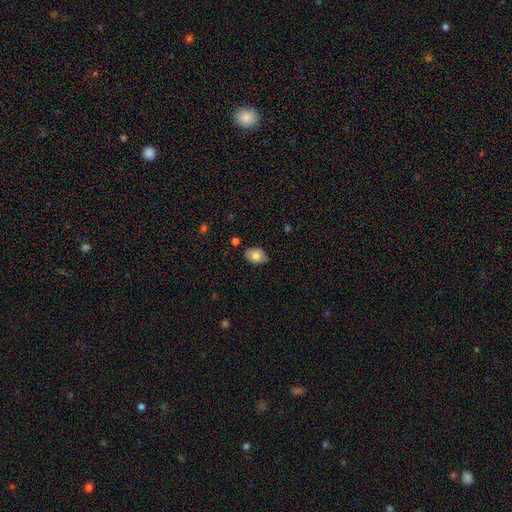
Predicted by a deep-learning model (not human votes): This is likely a smooth galaxy (73%). How rounded: likely in between (79%). Merging: clearly none (80%).